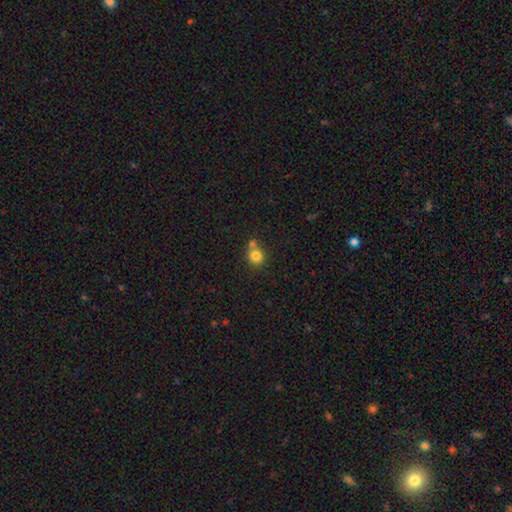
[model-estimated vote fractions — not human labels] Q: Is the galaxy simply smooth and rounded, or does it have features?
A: smooth — 81%.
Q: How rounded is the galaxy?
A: round — 84%.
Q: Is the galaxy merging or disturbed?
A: none — 55%.